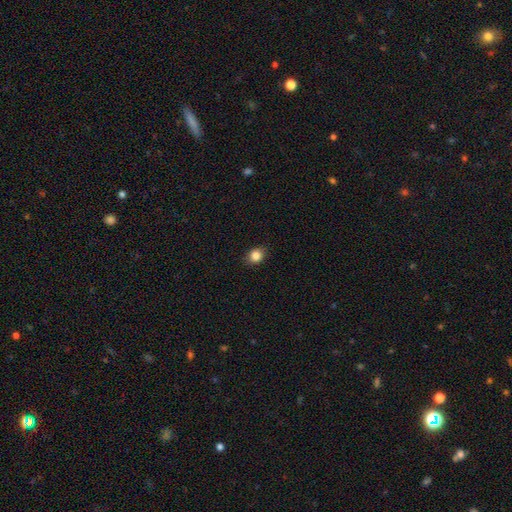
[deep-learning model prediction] smooth_or_featured: smooth (p=0.85) [alt: star or artifact p=0.10]
how_rounded: round (p=0.61) [alt: in between p=0.38]
merging: none (p=0.85) [alt: minor disturbance p=0.11]